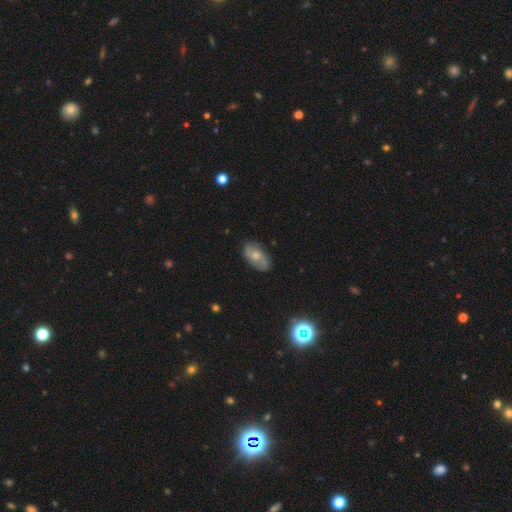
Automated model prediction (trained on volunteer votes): Morphology: type=featured or disk (59%); edge-on=no (94%); bar=no (62%); spiral arms=yes (85%); bulge=moderate (58%); merging=none (81%).